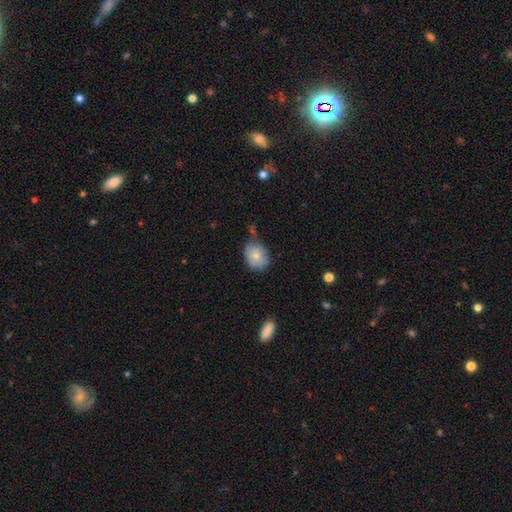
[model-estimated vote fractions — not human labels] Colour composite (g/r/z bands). It shows a smooth galaxy with no disk features (83%) that is in between round and cigar-shaped (62%). Merging: none (68%).